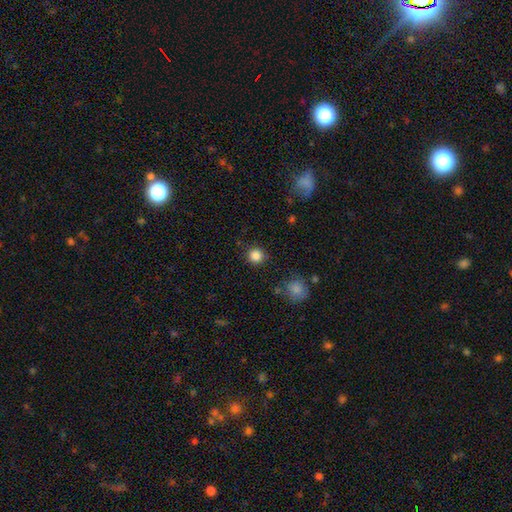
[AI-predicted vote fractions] A smooth galaxy with no disk features (85%) that is round (94%). Merging: none (88%).